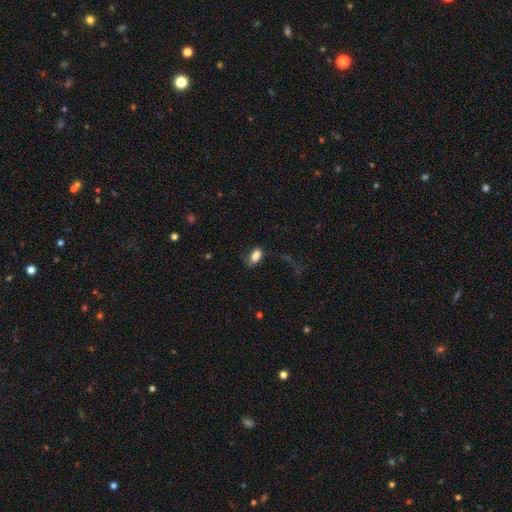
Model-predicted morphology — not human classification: Overall: smooth (82%). How rounded: in between (91%). Merging: none (60%; minor disturbance 21%).